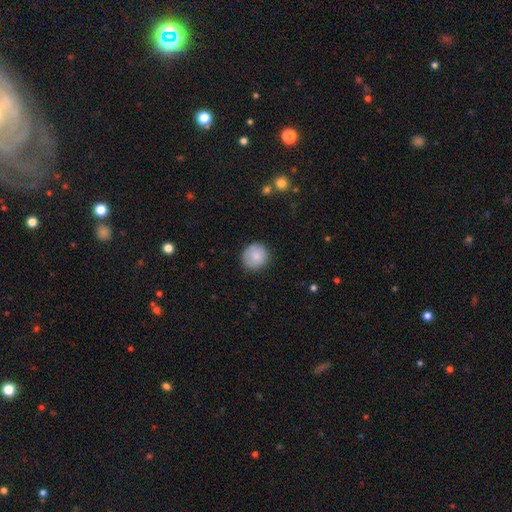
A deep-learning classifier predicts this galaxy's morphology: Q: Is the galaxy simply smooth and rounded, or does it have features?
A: smooth — 86%.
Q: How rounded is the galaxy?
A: round — 92%.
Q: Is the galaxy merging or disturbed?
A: none — 84%.